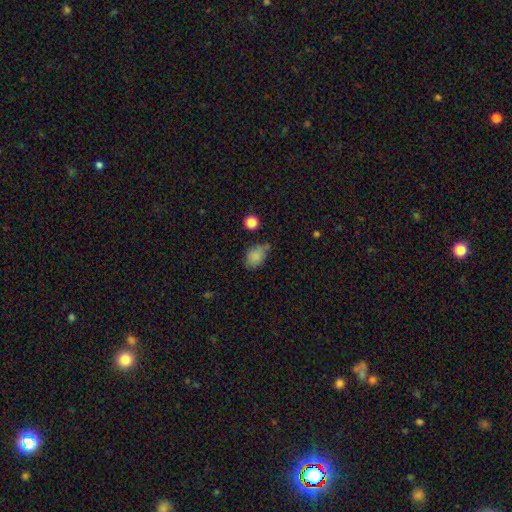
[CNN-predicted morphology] Smooth or featured: smooth — 81% (star or artifact — 10%)
How rounded: in between — 75% (round — 23%)
Merging: none — 54% (minor disturbance — 30%)